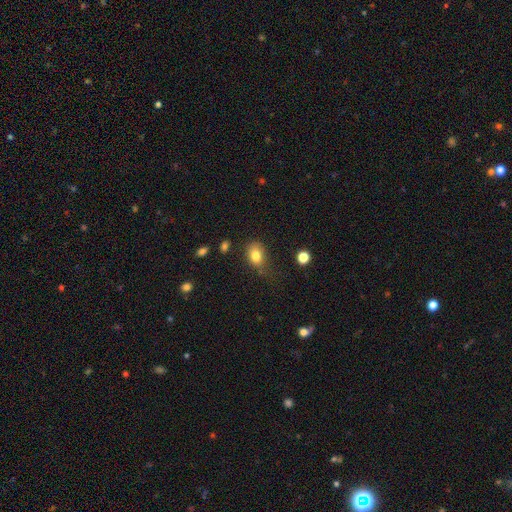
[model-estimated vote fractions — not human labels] Overall: smooth (80%). How rounded: in between (73%). Merging: none (53%; minor disturbance 30%).